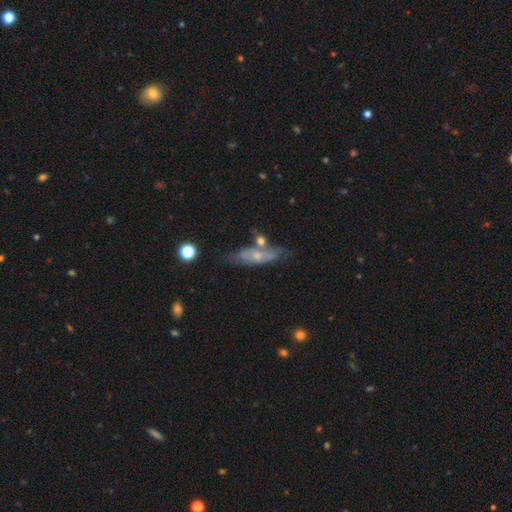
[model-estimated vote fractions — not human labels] smooth-or-featured: featured or disk: 47% | smooth: 45% | star or artifact: 8%
  merging: none: 59% | minor disturbance: 21% | merger: 13% | major disturbance: 7%